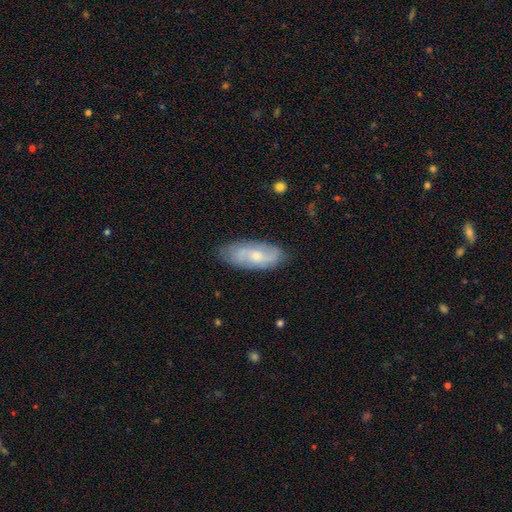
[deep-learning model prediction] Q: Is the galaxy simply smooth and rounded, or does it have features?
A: featured or disk — 57%.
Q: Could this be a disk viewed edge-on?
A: no — 89%.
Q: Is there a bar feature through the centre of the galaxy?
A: no — 57%.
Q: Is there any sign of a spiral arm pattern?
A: yes — 84%.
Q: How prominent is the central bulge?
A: small — 53%.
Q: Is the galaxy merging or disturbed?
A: none — 79%.